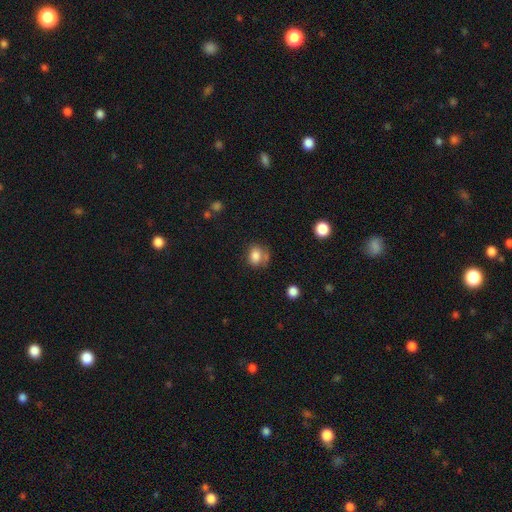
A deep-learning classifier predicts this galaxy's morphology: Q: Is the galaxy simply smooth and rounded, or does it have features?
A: smooth — 81%.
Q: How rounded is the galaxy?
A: in between — 61%.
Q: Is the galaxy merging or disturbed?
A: none — 52%.